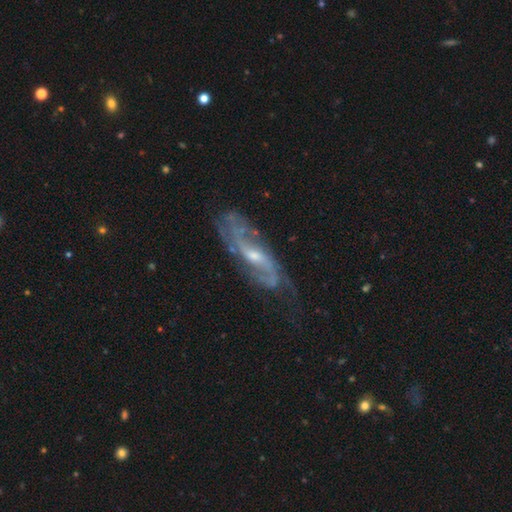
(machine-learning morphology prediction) The model was most divided on "bar": weak: 47%, no: 35%, strong: 18%. Remaining: spiral arms — yes (93%); edge-on disk — no (85%); smooth or featured — featured or disk (84%); merging — none (66%); spiral arm count — 2 (55%); bulge size — small (53%); spiral winding — medium (43%).